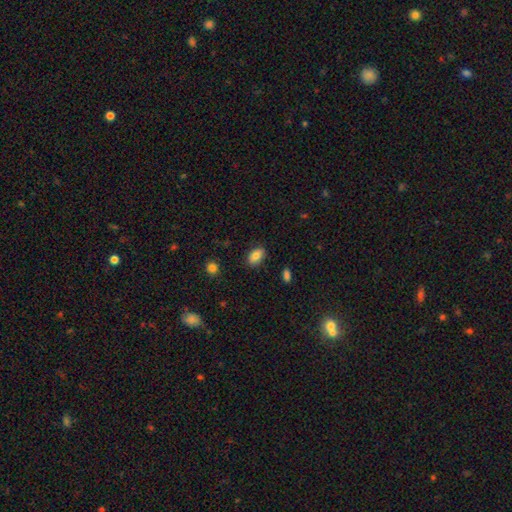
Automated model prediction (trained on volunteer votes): Overall: smooth (82%). How rounded: in between (88%). Merging: none (84%).